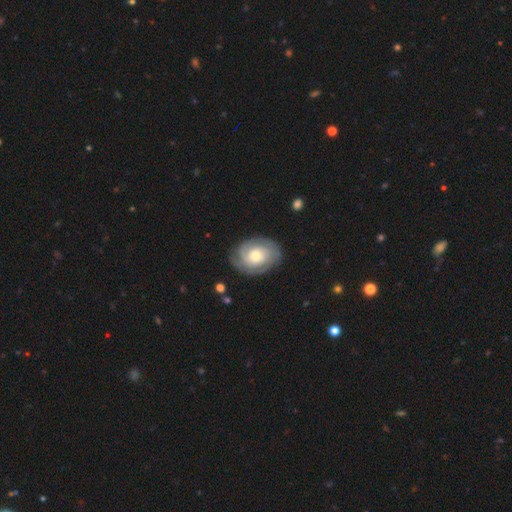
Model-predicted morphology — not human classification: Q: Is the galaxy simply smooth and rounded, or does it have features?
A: featured or disk — 77%.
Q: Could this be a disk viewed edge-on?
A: no — 97%.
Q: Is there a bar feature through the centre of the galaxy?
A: no — 74%.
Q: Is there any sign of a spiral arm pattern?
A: yes — 92%.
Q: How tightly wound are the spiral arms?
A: tight — 69%.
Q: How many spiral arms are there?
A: can't tell — 32%.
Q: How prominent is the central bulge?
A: moderate — 61%.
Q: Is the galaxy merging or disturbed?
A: none — 79%.